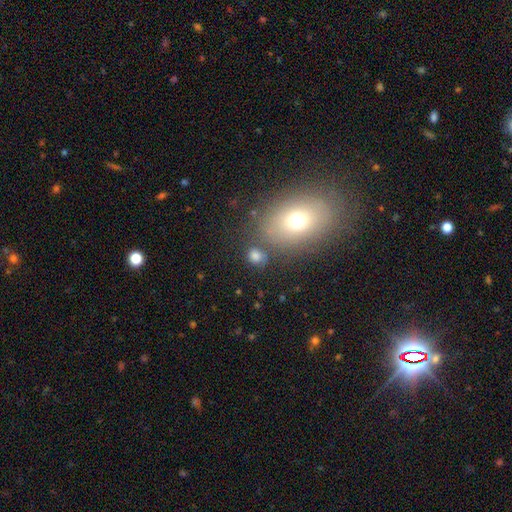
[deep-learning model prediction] Smooth or featured: smooth — 75% (star or artifact — 16%)
How rounded: round — 70% (in between — 28%)
Merging: none — 70% (minor disturbance — 12%)